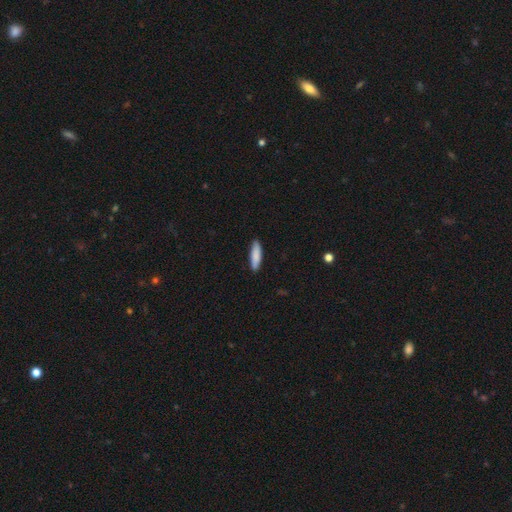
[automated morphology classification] smooth-or-featured: smooth: 86% | featured or disk: 8% | star or artifact: 5%
  how-rounded: cigar-shaped: 69% | in between: 29% | round: 1%
  merging: none: 87% | minor disturbance: 10% | major disturbance: 2% | merger: 1%